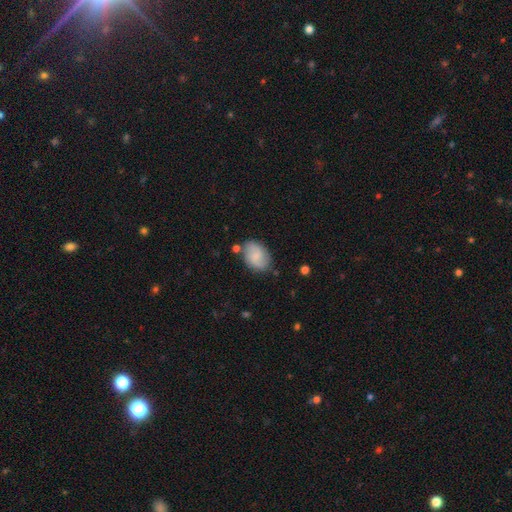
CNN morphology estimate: Smooth or featured?
  - smooth: 62% *
  - featured or disk: 30%
  - star or artifact: 8%
How rounded?
  - in between: 79% *
  - round: 19%
  - cigar-shaped: 1%
Merging?
  - none: 71% *
  - minor disturbance: 19%
  - merger: 5%
  - major disturbance: 5%